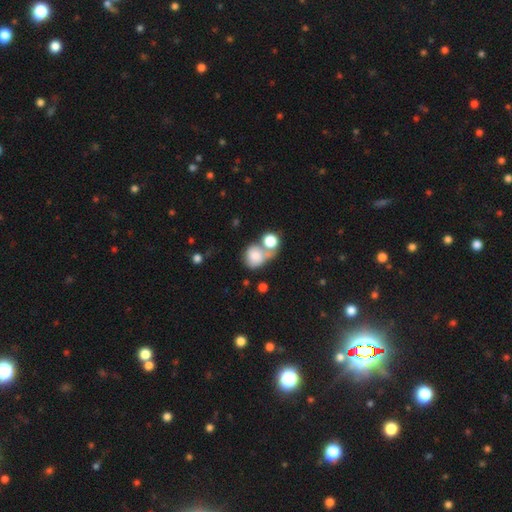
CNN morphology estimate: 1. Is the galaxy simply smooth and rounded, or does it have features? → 74% smooth, 17% featured or disk, 10% star or artifact.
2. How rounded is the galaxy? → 65% round, 34% in between, 1% cigar-shaped.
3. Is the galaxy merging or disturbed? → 50% merger, 27% none, 14% minor disturbance, 10% major disturbance.